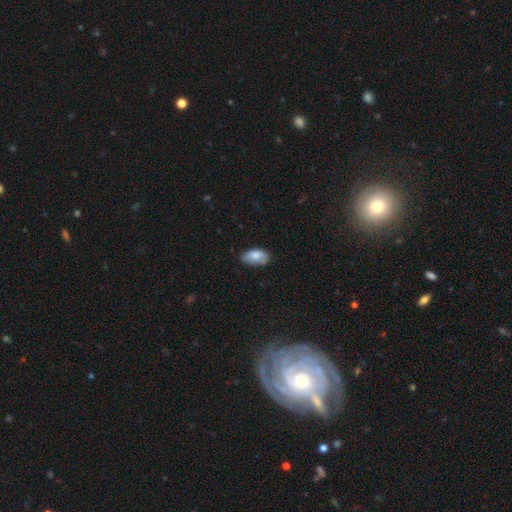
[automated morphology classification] type=smooth (81%); roundness=in between (94%); merging=none (66%).